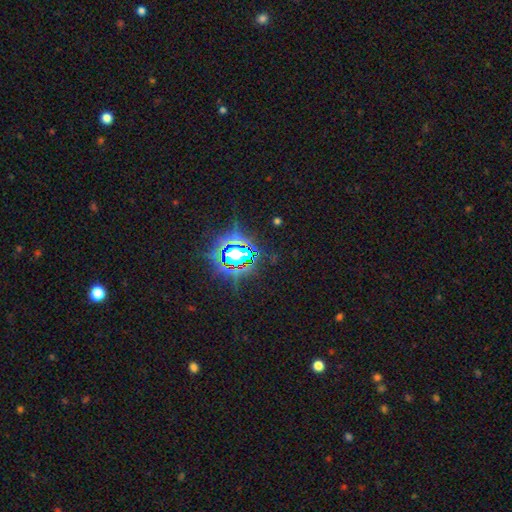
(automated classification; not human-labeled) This is clearly a star or artifact rather than a galaxy (81%).